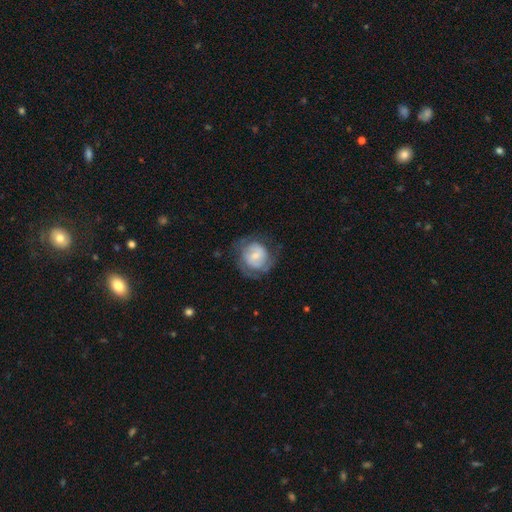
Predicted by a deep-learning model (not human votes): A featured or disk galaxy (56%) with no bar (53%), spiral arms (74%) and a small central bulge (55%). Merging: none (63%).